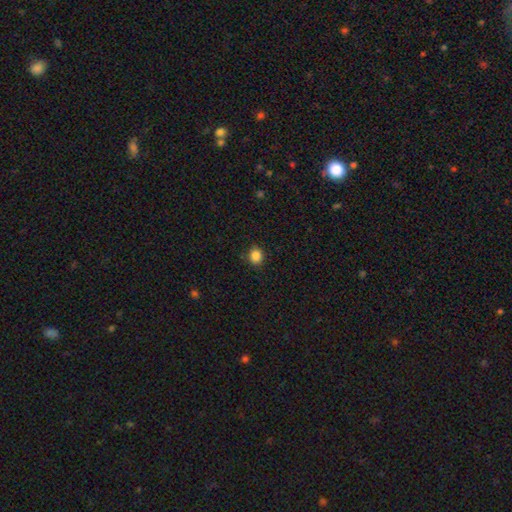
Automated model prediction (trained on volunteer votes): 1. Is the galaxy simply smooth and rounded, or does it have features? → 86% smooth, 11% star or artifact, 4% featured or disk.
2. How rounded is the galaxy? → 72% round, 27% in between, 1% cigar-shaped.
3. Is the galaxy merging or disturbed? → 88% none, 8% minor disturbance, 2% major disturbance, 1% merger.